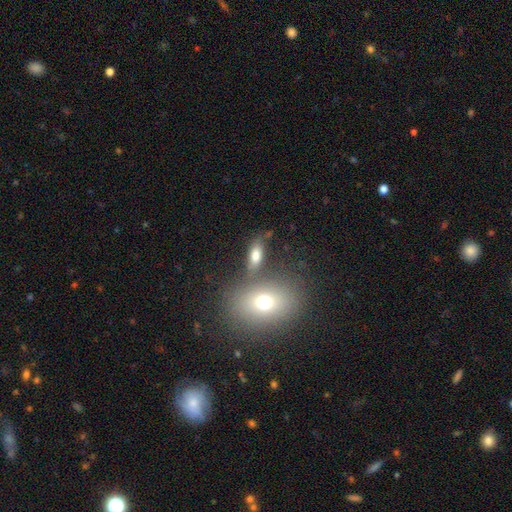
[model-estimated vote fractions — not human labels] Smooth or featured? Predicted: smooth (p=0.73). How rounded? Predicted: in between (p=0.78). Merging? Predicted: none (p=0.60).